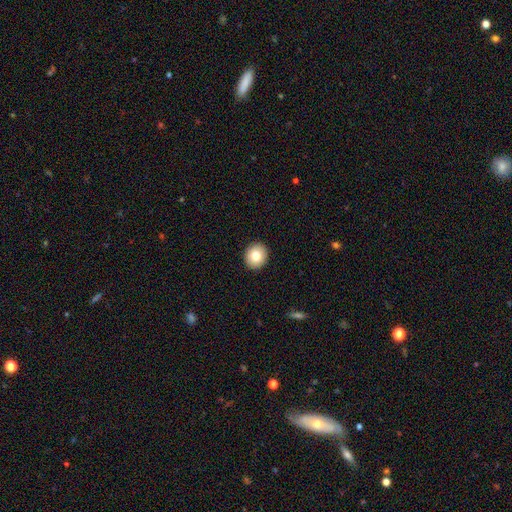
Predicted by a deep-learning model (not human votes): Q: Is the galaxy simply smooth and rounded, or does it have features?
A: smooth — 79%.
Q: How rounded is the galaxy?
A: round — 81%.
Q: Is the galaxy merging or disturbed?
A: none — 92%.